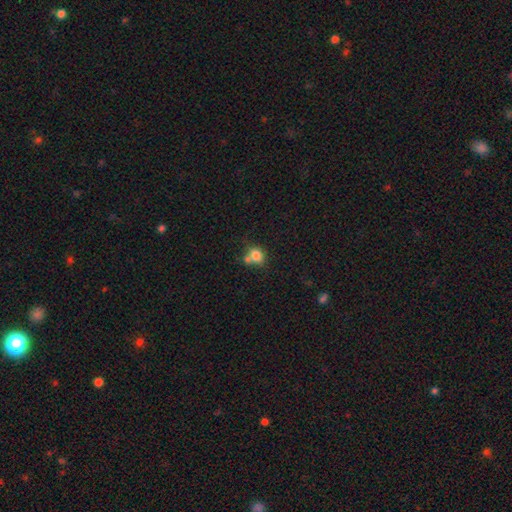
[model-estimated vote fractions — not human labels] A smooth galaxy with no disk features (79%) that is round (62%). Merging: none (46%).